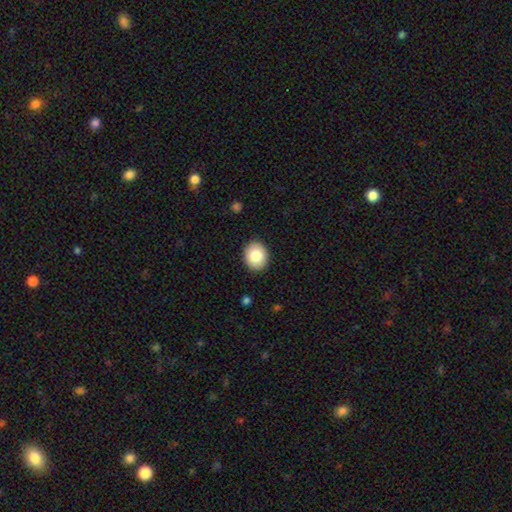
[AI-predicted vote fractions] Overall: smooth (83%). How rounded: round (61%; in between 39%). Merging: none (90%).